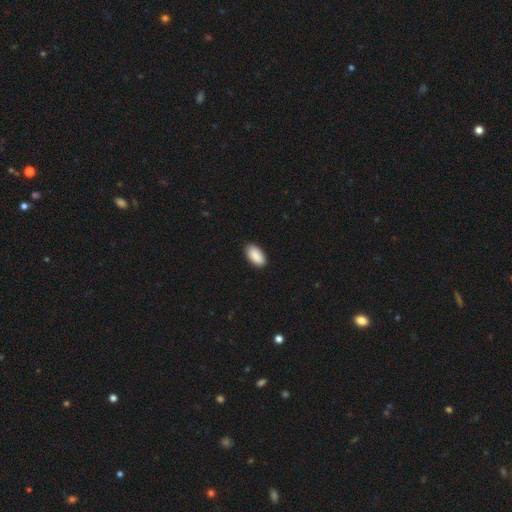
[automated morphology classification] Smooth or featured? smooth (90%)
How rounded? in between (95%)
Merging? none (89%)